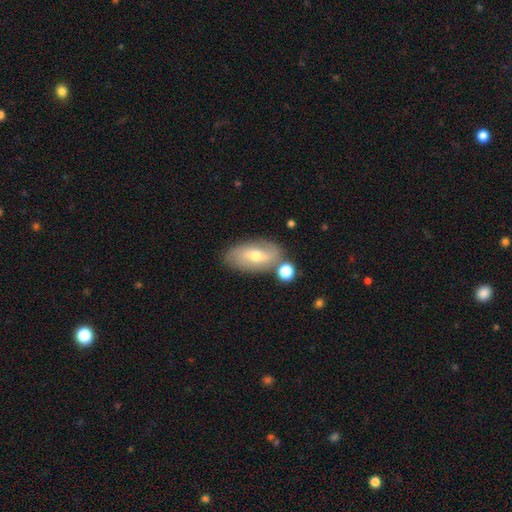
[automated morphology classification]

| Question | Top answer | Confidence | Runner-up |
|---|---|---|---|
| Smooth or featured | featured or disk | 49% | smooth (42%) |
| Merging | none | 70% | minor disturbance (15%) |